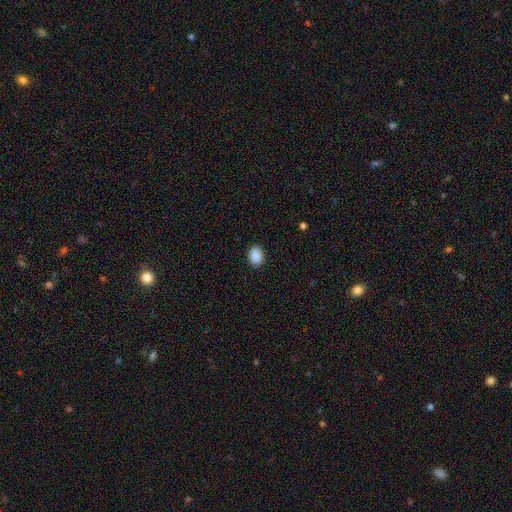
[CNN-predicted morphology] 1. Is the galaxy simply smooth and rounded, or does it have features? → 90% smooth, 8% star or artifact, 2% featured or disk.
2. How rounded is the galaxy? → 70% in between, 29% round, 1% cigar-shaped.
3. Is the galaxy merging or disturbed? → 90% none, 8% minor disturbance, 2% major disturbance, 1% merger.